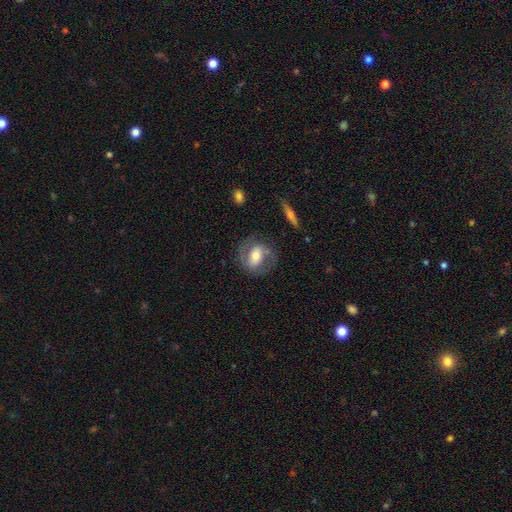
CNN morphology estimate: This appears to be a featured or disk galaxy (53%). Merging: none (72%).